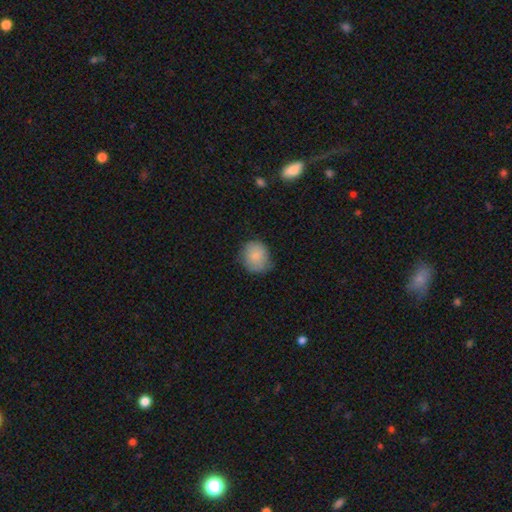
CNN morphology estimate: Smooth or featured? smooth (83%)
How rounded? round (77%)
Merging? none (64%)